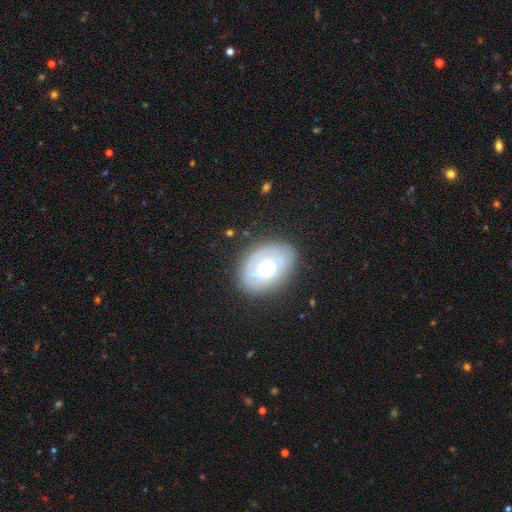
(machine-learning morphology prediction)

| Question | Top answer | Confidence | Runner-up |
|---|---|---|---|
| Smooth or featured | smooth | 52% | featured or disk (35%) |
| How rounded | in between | 71% | round (28%) |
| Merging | none | 81% | minor disturbance (14%) |